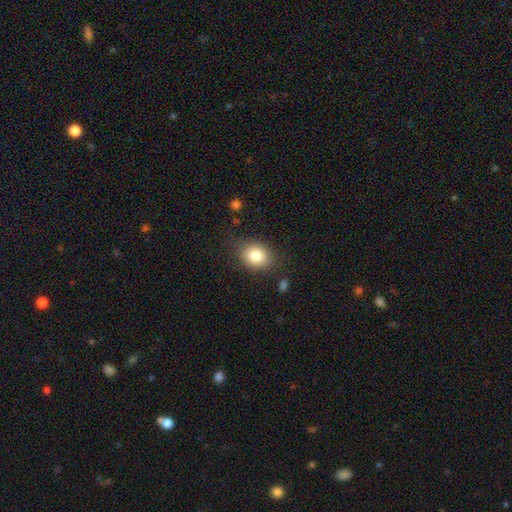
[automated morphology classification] The model was most divided on "how rounded": round: 51%, in between: 48%, cigar-shaped: 1%. More confident: smooth or featured — smooth (83%); merging — none (79%).